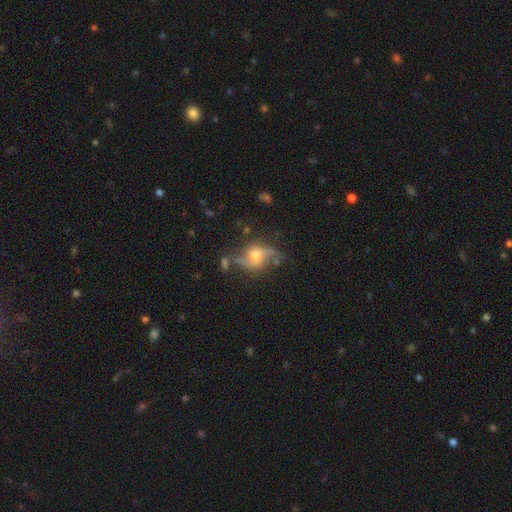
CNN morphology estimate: Smooth or featured: featured or disk — 71% (smooth — 20%)
Edge-on disk: no — 88% (yes — 12%)
Bar: no — 51% (weak — 36%)
Spiral arms: yes — 84% (no — 16%)
Spiral winding: loose — 83% (medium — 13%)
Spiral arm count: 2 — 89% (1 — 4%)
Bulge size: moderate — 63% (small — 19%)
Merging: none — 58% (minor disturbance — 22%)